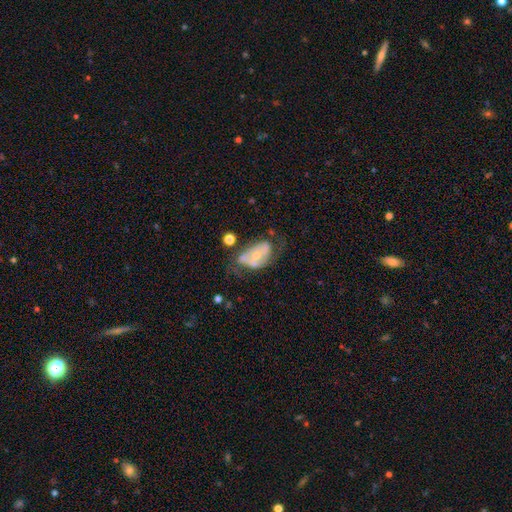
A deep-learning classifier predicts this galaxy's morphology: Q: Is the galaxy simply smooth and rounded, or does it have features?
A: featured or disk — 61%.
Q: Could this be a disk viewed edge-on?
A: no — 94%.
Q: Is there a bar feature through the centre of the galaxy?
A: no — 75%.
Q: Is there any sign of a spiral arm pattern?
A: no — 53%.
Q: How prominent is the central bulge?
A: small — 49%.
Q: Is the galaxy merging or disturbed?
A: none — 31%.